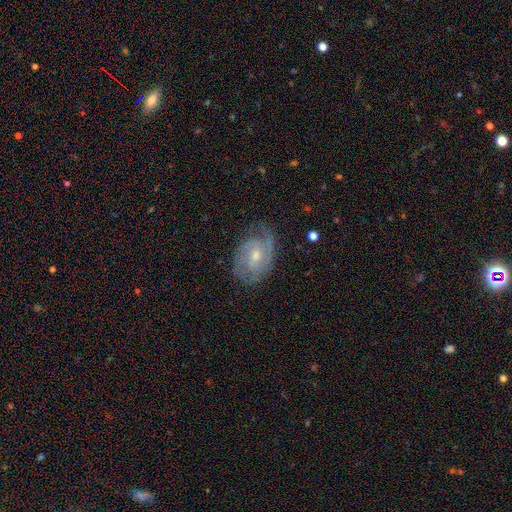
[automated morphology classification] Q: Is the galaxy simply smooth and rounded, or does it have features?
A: featured or disk — 77%.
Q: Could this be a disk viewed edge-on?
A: no — 96%.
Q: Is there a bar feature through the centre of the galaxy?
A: no — 53%.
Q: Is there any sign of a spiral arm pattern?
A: yes — 92%.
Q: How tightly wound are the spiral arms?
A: tight — 50%.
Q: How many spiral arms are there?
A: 2 — 46%.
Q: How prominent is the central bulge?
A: moderate — 53%.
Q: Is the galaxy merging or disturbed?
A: none — 66%.